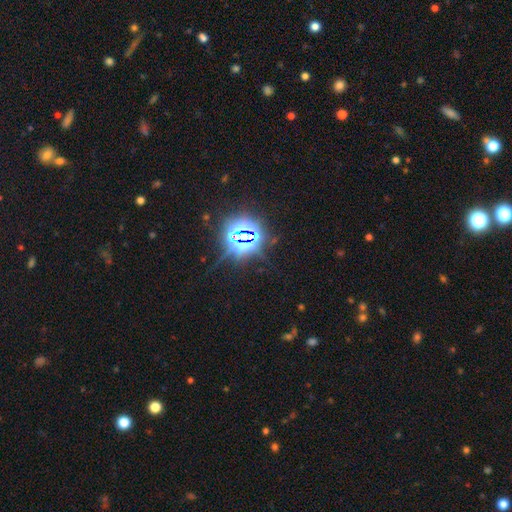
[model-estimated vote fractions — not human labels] Smooth or featured?
  - star or artifact: 83% *
  - smooth: 10%
  - featured or disk: 6%